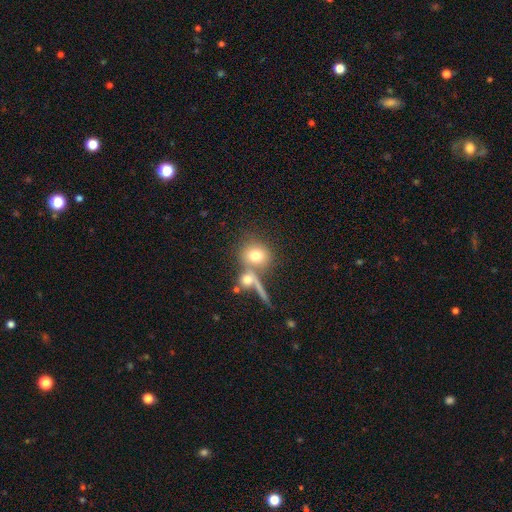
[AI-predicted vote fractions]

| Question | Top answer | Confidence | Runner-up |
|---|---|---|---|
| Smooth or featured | smooth | 73% | featured or disk (17%) |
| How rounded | round | 77% | in between (20%) |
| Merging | none | 51% | merger (33%) |